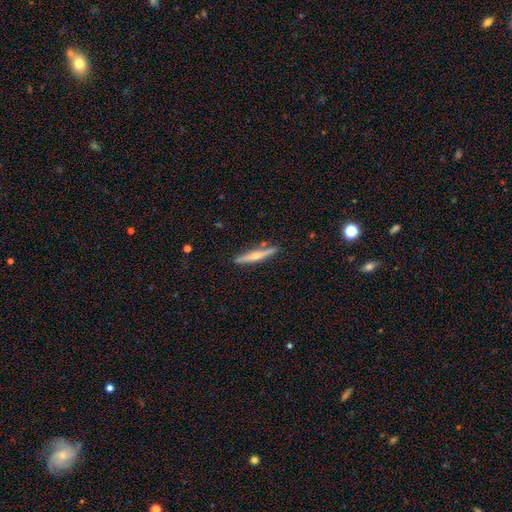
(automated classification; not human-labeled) smooth_or_featured: featured or disk (p=0.57) [alt: smooth p=0.37]
disk_edge_on: yes (p=0.96) [alt: no p=0.04]
edge_on_bulge: rounded (p=0.83) [alt: none p=0.13]
merging: none (p=0.85) [alt: minor disturbance p=0.10]